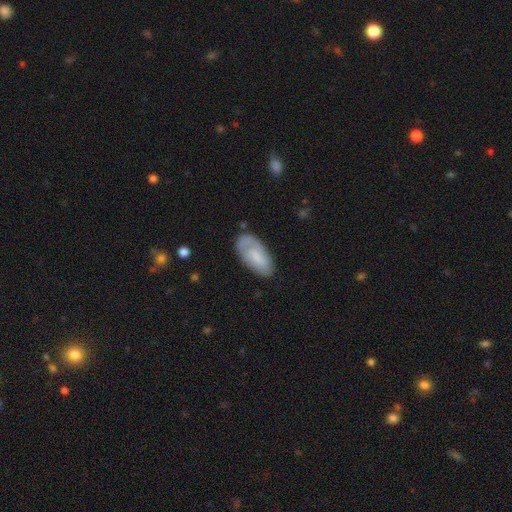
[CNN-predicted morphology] This is likely a smooth galaxy (61%). How rounded: clearly in between (91%). Merging: likely none (68%).